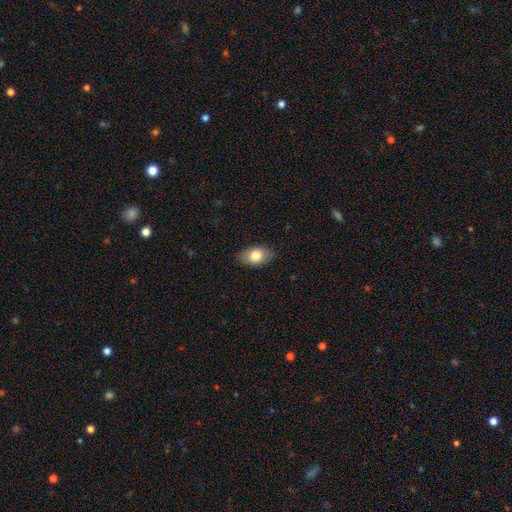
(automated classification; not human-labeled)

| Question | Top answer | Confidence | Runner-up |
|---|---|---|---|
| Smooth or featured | smooth | 80% | featured or disk (13%) |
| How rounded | in between | 89% | round (10%) |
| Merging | none | 87% | minor disturbance (10%) |